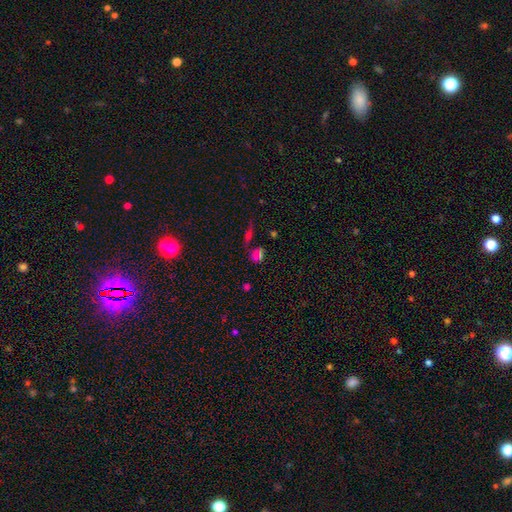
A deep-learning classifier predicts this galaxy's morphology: Q: Smooth or featured?
A: smooth (49%); runner-up: star or artifact (35%)
Q: Merging?
A: none (54%); runner-up: merger (18%)